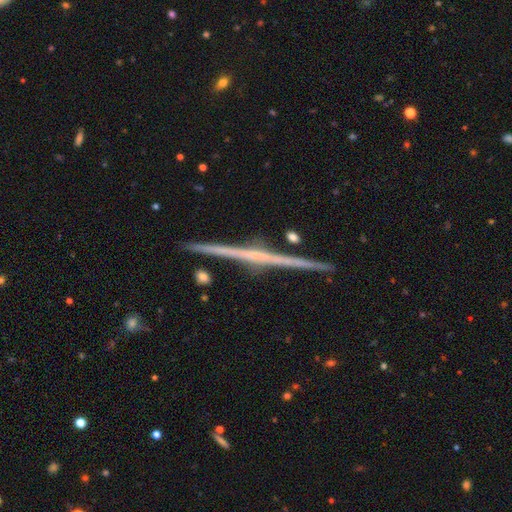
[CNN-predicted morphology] Smooth or featured: featured or disk — 81% (smooth — 14%)
Edge-on disk: yes — 99% (no — 1%)
Edge-on bulge: none — 63% (rounded — 26%)
Merging: none — 91% (minor disturbance — 6%)